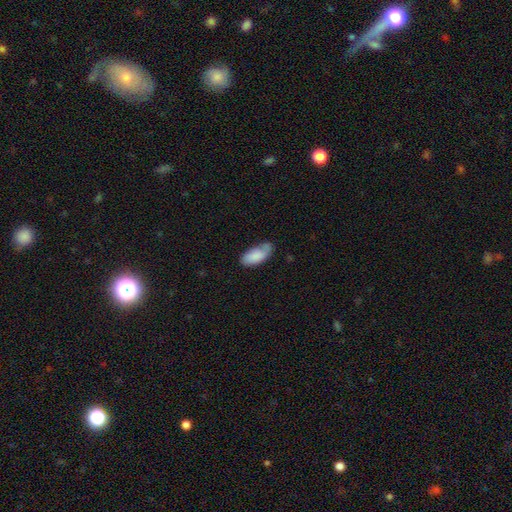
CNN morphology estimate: Q: Smooth or featured?
A: smooth (83%); runner-up: featured or disk (11%)
Q: How rounded?
A: in between (89%); runner-up: cigar-shaped (9%)
Q: Merging?
A: none (58%); runner-up: minor disturbance (30%)